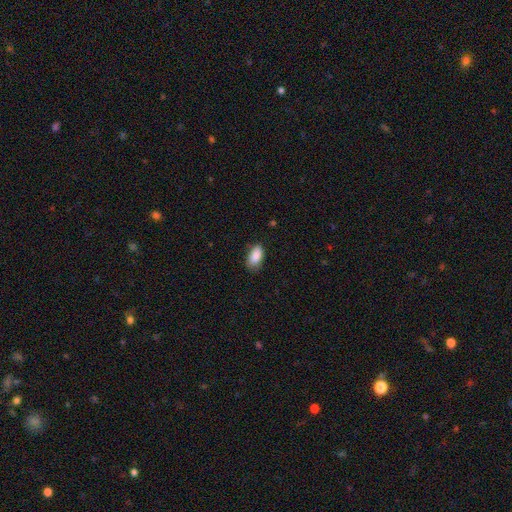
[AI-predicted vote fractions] smooth 88%, star or artifact 7%, featured or disk 5%. Down the decision tree: how rounded — in between (93%); merging — none (71%).